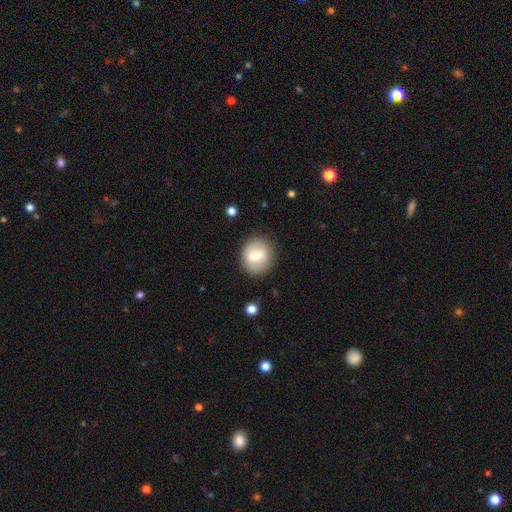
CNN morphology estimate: smooth_or_featured: smooth (p=0.57) [alt: featured or disk p=0.35]
how_rounded: round (p=0.75) [alt: in between p=0.23]
merging: none (p=0.85) [alt: minor disturbance p=0.10]